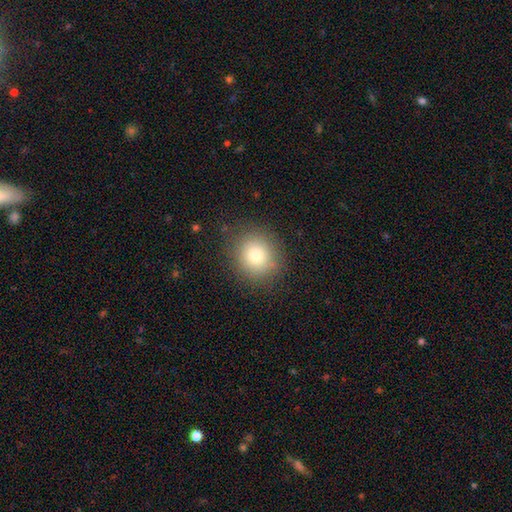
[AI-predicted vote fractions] A smooth galaxy with no disk features (78%) that is round (86%). Merging: none (85%).